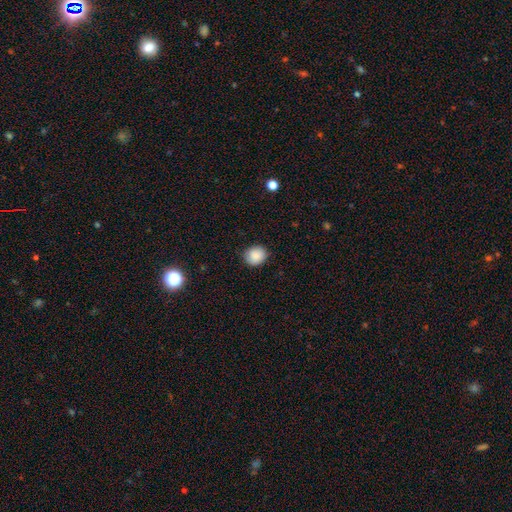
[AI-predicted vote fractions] Smooth or featured? smooth (88%)
How rounded? round (70%)
Merging? none (83%)